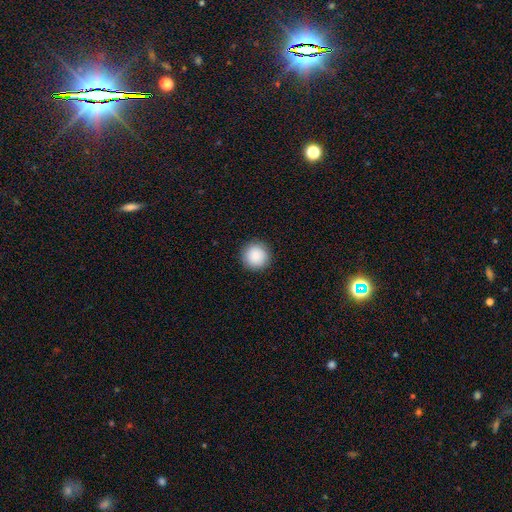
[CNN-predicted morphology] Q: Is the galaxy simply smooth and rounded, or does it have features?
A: smooth — 89%.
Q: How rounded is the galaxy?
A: round — 96%.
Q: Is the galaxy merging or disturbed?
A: none — 92%.